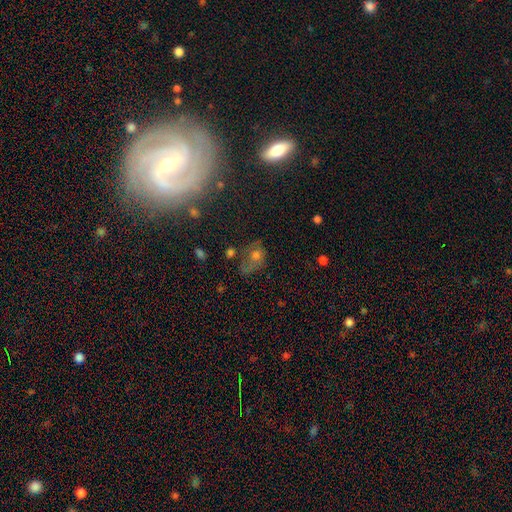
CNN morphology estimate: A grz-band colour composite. It shows a smooth galaxy with no disk features (43%). Merging: none (43%).